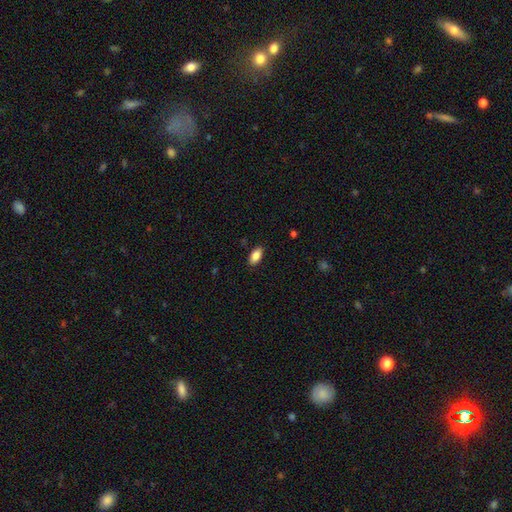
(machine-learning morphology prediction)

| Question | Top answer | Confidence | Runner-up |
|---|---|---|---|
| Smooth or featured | smooth | 86% | star or artifact (7%) |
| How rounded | in between | 91% | cigar-shaped (6%) |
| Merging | none | 87% | minor disturbance (10%) |